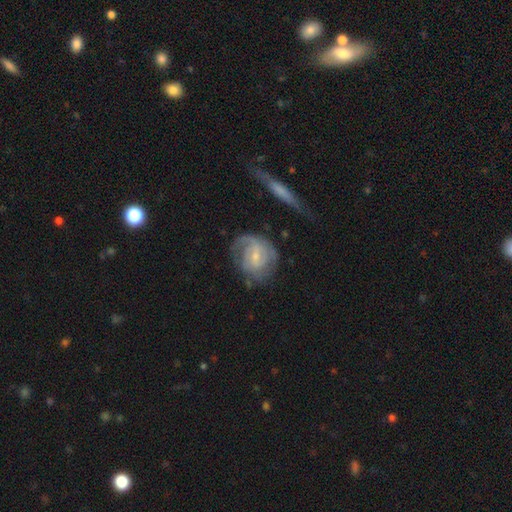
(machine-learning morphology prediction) The model was most divided on "spiral winding": tight: 46%, medium: 39%, loose: 16%. Remaining: edge-on disk — no (96%); spiral arms — yes (90%); smooth or featured — featured or disk (76%); bulge size — small (62%); merging — none (59%); bar — weak (54%); spiral arm count — 2 (45%).